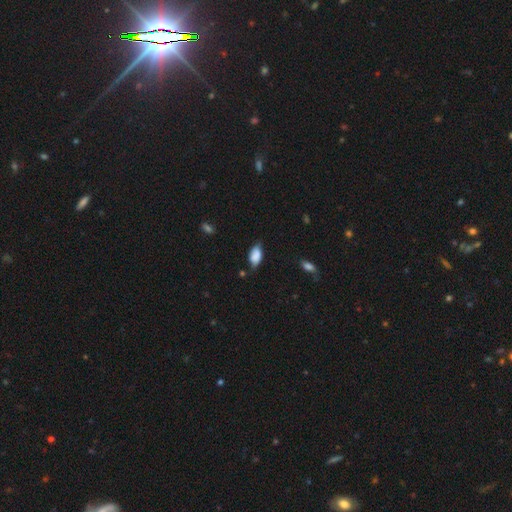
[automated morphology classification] Smooth or featured: smooth — 82% (featured or disk — 11%)
How rounded: in between — 91% (cigar-shaped — 5%)
Merging: none — 65% (minor disturbance — 27%)